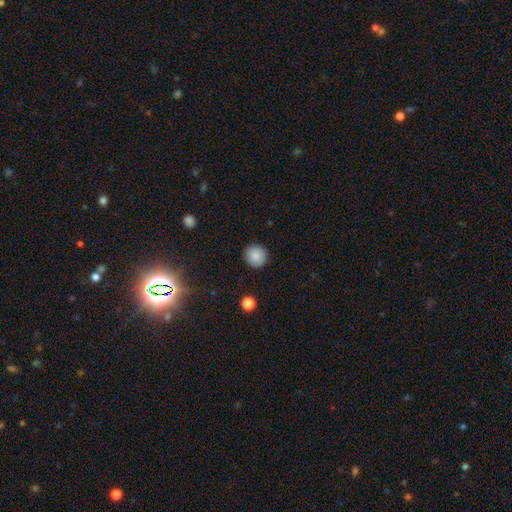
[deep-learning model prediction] A smooth galaxy with no disk features (87%) that is round (91%). Merging: none (91%).